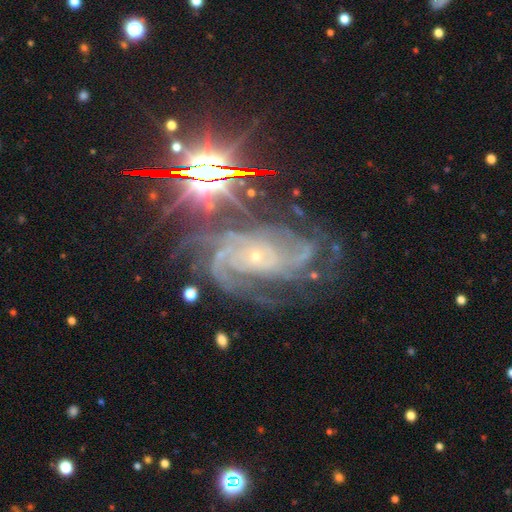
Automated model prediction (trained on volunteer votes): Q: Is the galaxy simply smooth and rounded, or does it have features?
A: featured or disk — 83%.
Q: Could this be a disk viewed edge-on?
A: no — 97%.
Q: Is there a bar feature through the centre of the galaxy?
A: no — 67%.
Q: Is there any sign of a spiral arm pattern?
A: yes — 98%.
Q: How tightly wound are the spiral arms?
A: tight — 61%.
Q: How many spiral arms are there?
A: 3 — 24%.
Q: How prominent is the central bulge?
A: small — 82%.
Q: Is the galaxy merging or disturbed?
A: none — 63%.